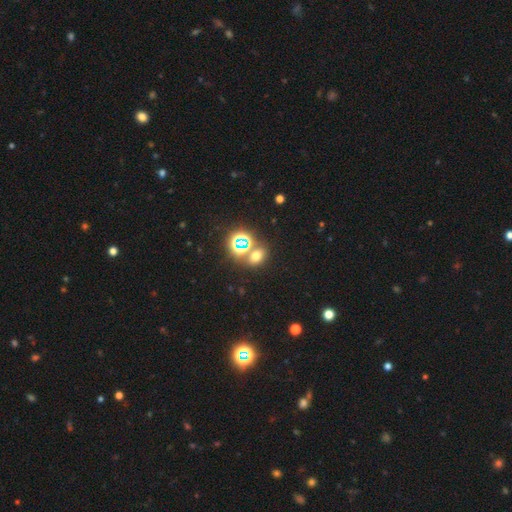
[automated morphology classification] smooth-or-featured: smooth: 53% | star or artifact: 38% | featured or disk: 9%
  how-rounded: in between: 53% | round: 46% | cigar-shaped: 2%
  merging: none: 69% | merger: 18% | minor disturbance: 9% | major disturbance: 4%